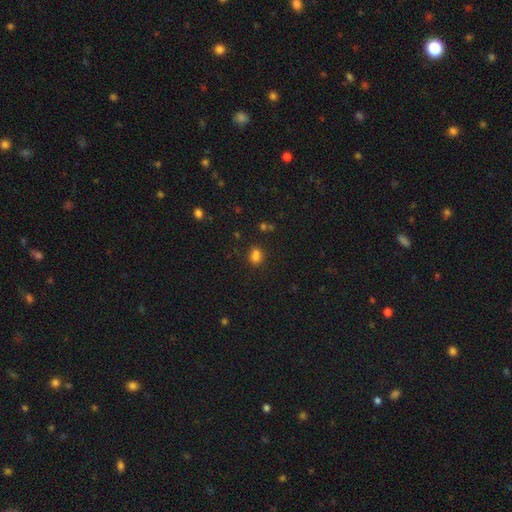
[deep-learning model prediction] This appears to be a smooth galaxy with no disk features (79%) that is in between round and cigar-shaped (54%). Merging: none (62%).